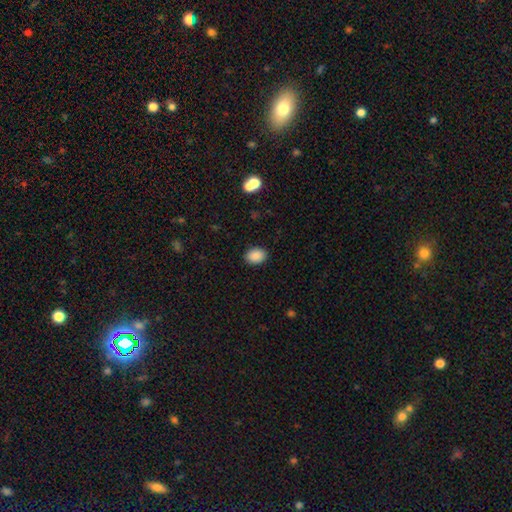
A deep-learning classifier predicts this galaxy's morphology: Smooth or featured? Predicted: smooth (p=0.89). How rounded? Predicted: in between (p=0.72). Merging? Predicted: none (p=0.90).